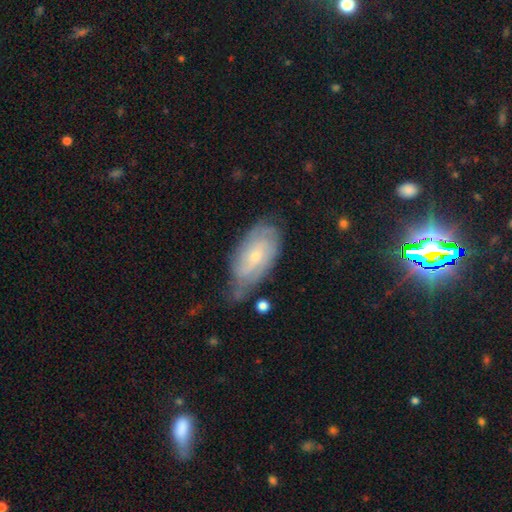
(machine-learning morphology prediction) smooth-or-featured: featured or disk: 69% | smooth: 24% | star or artifact: 6%
  disk-edge-on: no: 93% | yes: 7%
    bar: no: 65% | weak: 29% | strong: 6%
    has-spiral-arms: yes: 88% | no: 12%
      spiral-winding: tight: 59% | medium: 31% | loose: 10%
      spiral-arm-count: can't tell: 47% | 2: 25% | 3: 13% | 4: 8% | 1: 4% | more than 4: 4%
    bulge-size: small: 70% | moderate: 27% | none: 1% | large: 1% | dominant: 1%
  merging: none: 54% | minor disturbance: 32% | major disturbance: 11% | merger: 3%